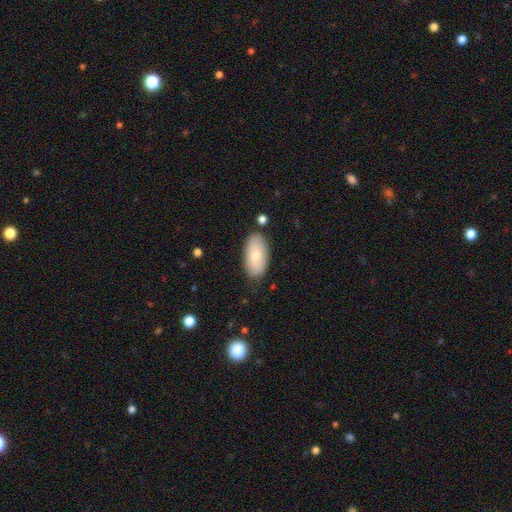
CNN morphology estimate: Smooth or featured?
  - smooth: 73% *
  - featured or disk: 21%
  - star or artifact: 6%
How rounded?
  - in between: 94% *
  - cigar-shaped: 3%
  - round: 3%
Merging?
  - none: 80% *
  - minor disturbance: 15%
  - major disturbance: 3%
  - merger: 3%